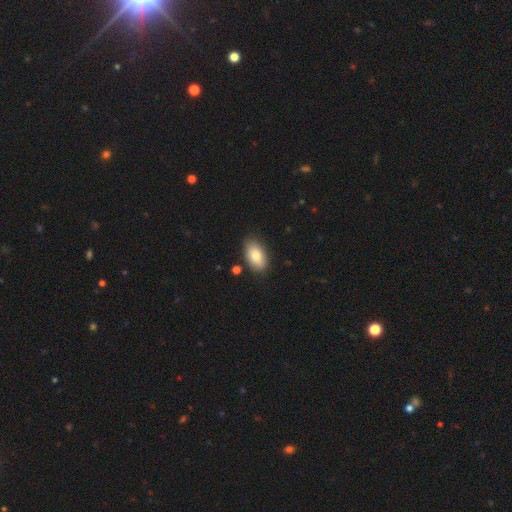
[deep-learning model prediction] Overall: smooth (82%). How rounded: in between (93%). Merging: none (84%).